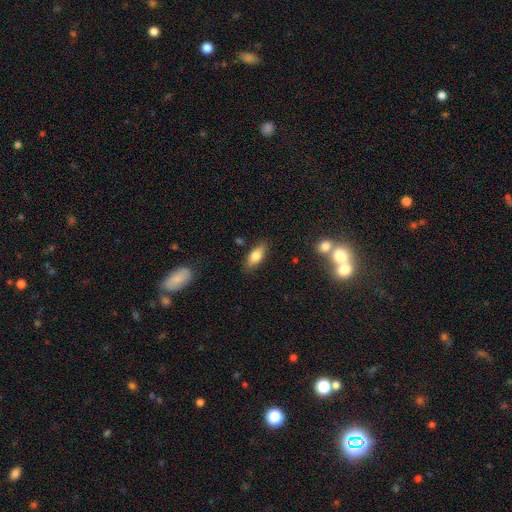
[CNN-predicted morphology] smooth 78%, featured or disk 15%, star or artifact 8%. Down the decision tree: how rounded — in between (81%); merging — none (83%).